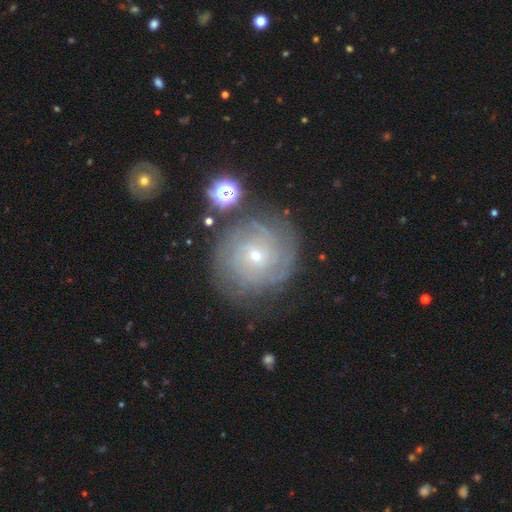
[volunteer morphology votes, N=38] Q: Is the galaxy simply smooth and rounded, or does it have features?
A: featured or disk — 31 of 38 (82%).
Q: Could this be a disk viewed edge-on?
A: no — 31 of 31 (100%).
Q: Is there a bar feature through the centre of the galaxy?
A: no — 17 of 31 (55%).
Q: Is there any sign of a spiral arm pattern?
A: yes — 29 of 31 (94%).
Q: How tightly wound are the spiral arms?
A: tight — 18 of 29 (62%).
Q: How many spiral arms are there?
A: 2 — 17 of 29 (59%).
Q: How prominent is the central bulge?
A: small — 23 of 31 (74%).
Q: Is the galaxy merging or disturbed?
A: none — 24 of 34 (71%).